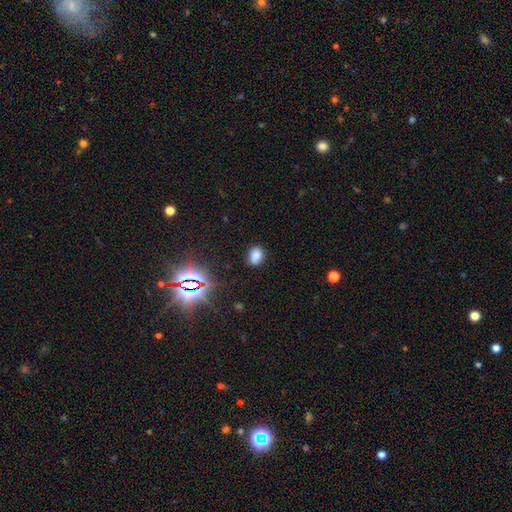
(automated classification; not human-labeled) A smooth galaxy with no disk features (76%) that is in between round and cigar-shaped (68%). Merging: none (79%).